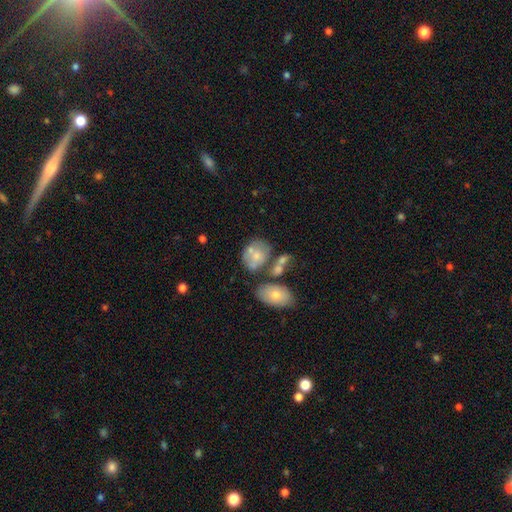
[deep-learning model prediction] Smooth or featured: smooth — 60% (featured or disk — 32%)
How rounded: in between — 55% (round — 44%)
Merging: none — 37% (merger — 35%)